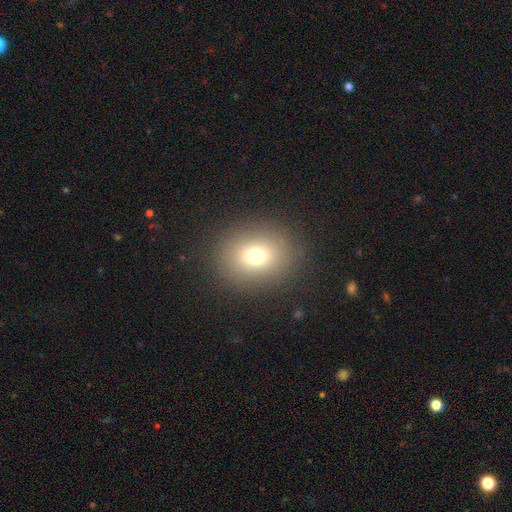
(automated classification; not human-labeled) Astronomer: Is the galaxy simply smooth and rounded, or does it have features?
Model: smooth — 73%.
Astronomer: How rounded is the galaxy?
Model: round — 64%.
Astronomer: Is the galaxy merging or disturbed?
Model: none — 88%.